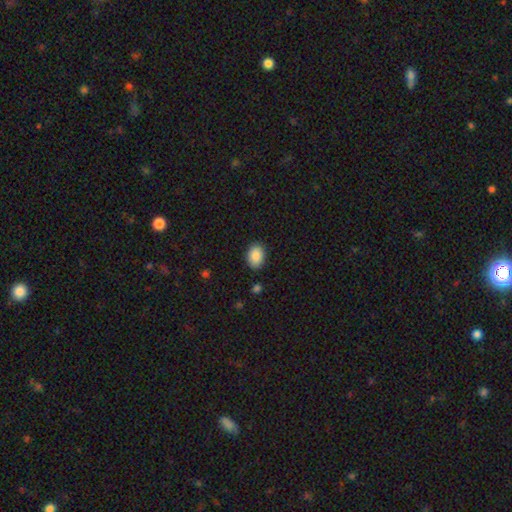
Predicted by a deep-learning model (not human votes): This is clearly a smooth galaxy (89%). How rounded: clearly in between (83%). Merging: clearly none (87%).